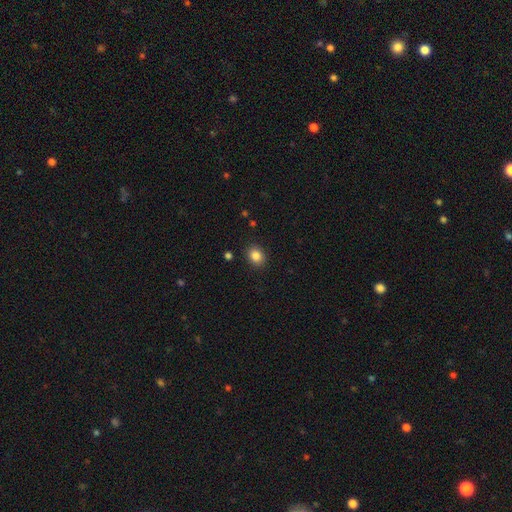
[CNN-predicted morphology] A smooth galaxy with no disk features (85%) that is round (54%). Merging: none (89%).